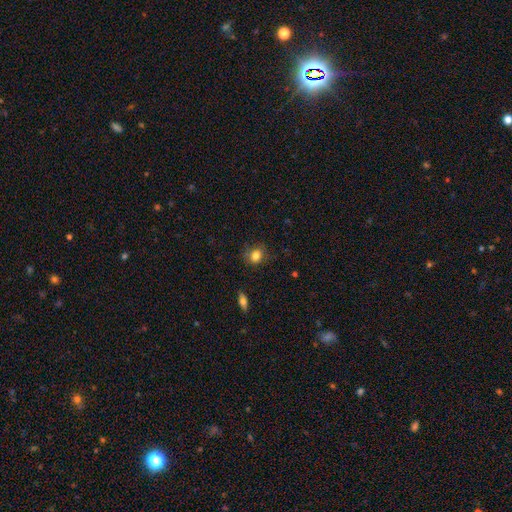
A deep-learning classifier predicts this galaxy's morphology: smooth-or-featured: smooth: 82% | star or artifact: 10% | featured or disk: 8%
  how-rounded: round: 58% | in between: 41% | cigar-shaped: 1%
  merging: none: 74% | minor disturbance: 19% | major disturbance: 5% | merger: 1%